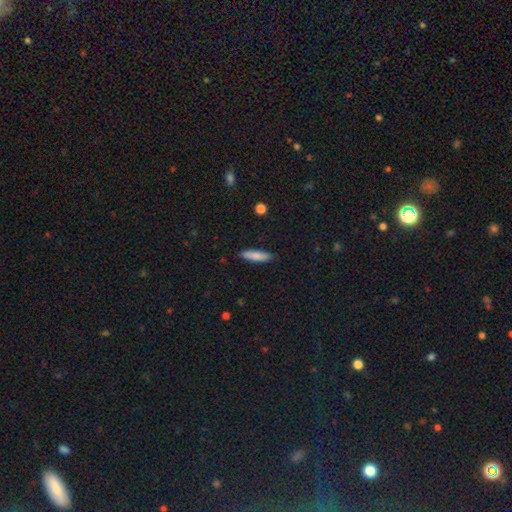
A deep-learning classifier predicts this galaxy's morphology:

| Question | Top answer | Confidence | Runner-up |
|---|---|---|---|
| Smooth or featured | smooth | 81% | featured or disk (13%) |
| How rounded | cigar-shaped | 72% | in between (26%) |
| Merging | none | 87% | minor disturbance (10%) |